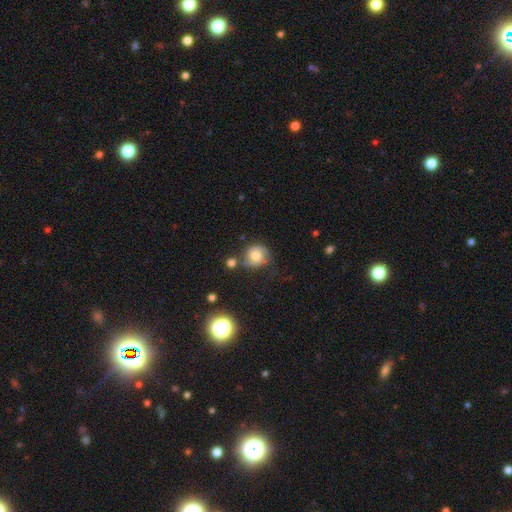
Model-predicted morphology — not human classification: type=smooth (46%); merging=none (55%).